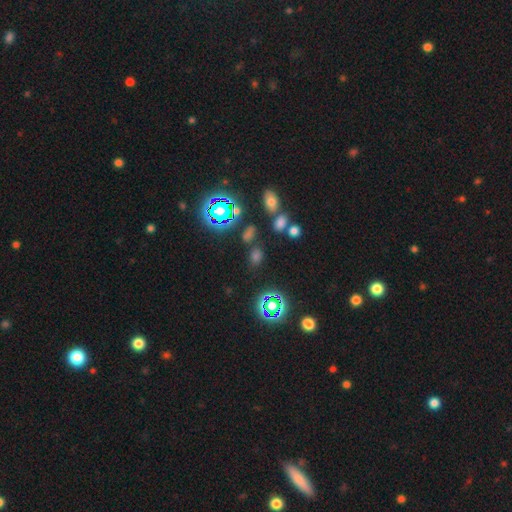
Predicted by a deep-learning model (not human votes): Q: Smooth or featured?
A: star or artifact (46%); runner-up: smooth (45%)